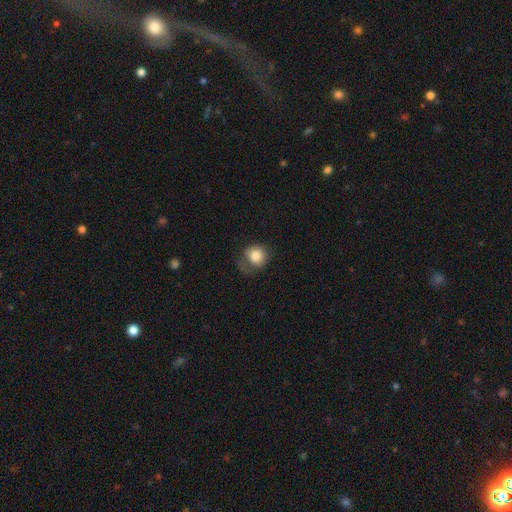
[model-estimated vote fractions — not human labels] The model was most divided on "merging": none: 45%, minor disturbance: 29%, major disturbance: 24%, merger: 3%. More confident: smooth or featured — smooth (82%); how rounded — round (79%).